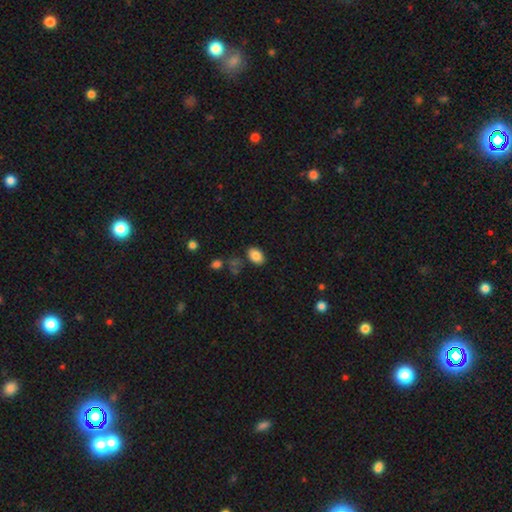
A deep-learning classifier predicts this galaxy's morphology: smooth 85%, star or artifact 9%, featured or disk 6%. Down the decision tree: how rounded — in between (87%); merging — none (80%).